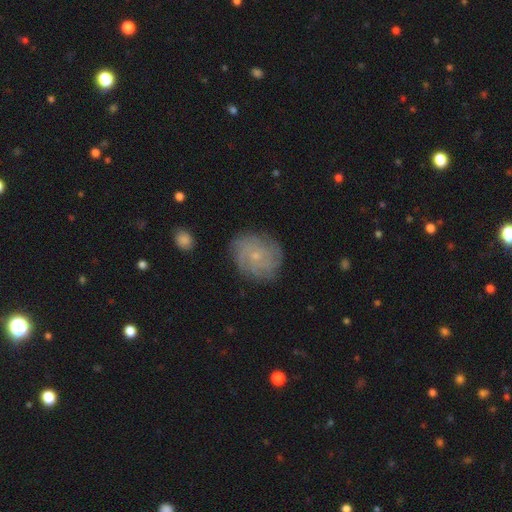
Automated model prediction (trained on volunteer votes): Overall: featured or disk (65%; smooth 26%). Edge-on disk: no (97%). Bar: no (83%). Spiral arms: yes (89%). Spiral arm count: can't tell (42%; 4 18%). Spiral winding: tight (65%; medium 26%). Bulge size: small (82%). Merging: none (80%).